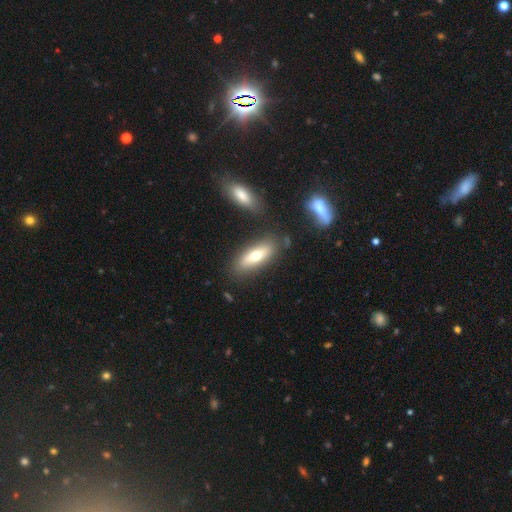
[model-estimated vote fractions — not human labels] Smooth or featured? smooth (63%)
How rounded? in between (62%)
Merging? none (78%)